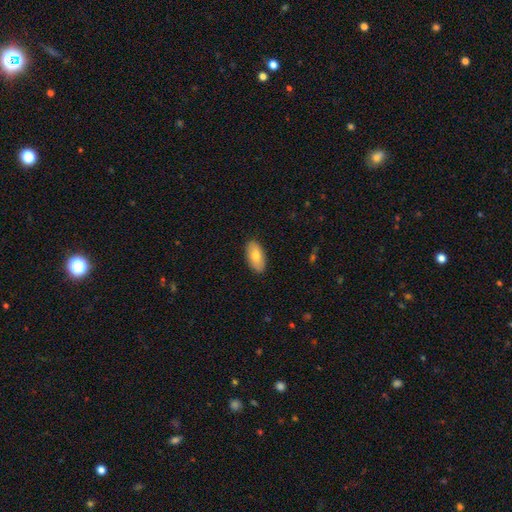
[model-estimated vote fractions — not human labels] smooth 77%, featured or disk 17%, star or artifact 6%. Down the decision tree: how rounded — in between (92%); merging — none (88%).